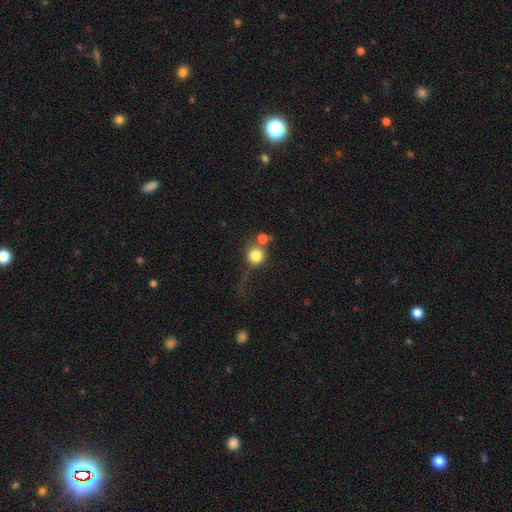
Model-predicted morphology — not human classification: This is likely a smooth galaxy (79%). How rounded: clearly round (90%). Merging: possibly none (45%).